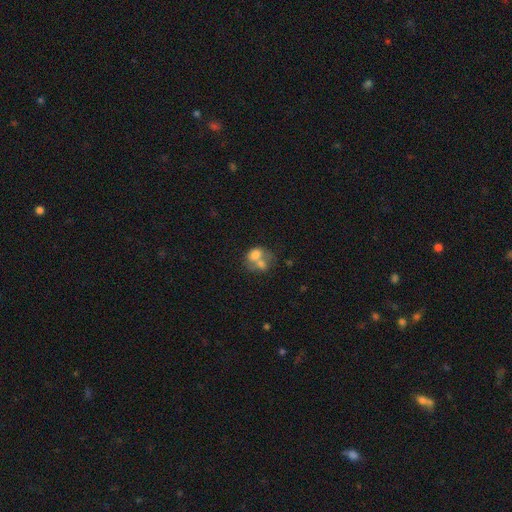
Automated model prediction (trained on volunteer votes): smooth 67%, featured or disk 23%, star or artifact 10%. Down the decision tree: how rounded — in between (56%); merging — merger (67%).